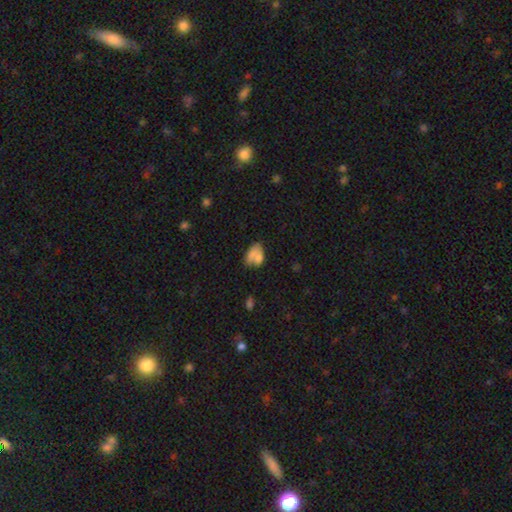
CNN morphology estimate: A smooth galaxy with no disk features (69%) that is in between round and cigar-shaped (80%). Merging: merger (35%).